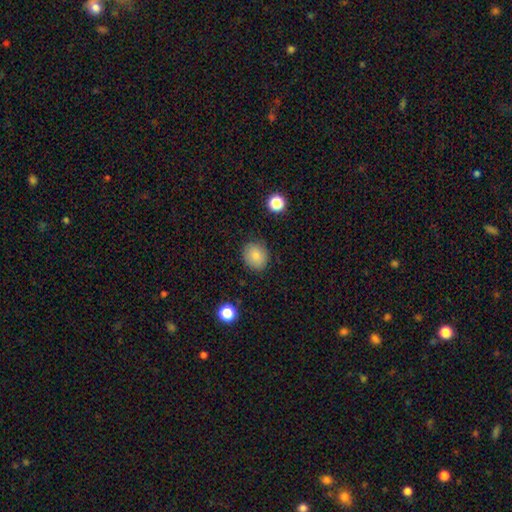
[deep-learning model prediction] Smooth or featured? Predicted: smooth (p=0.82). How rounded? Predicted: round (p=0.74). Merging? Predicted: none (p=0.84).